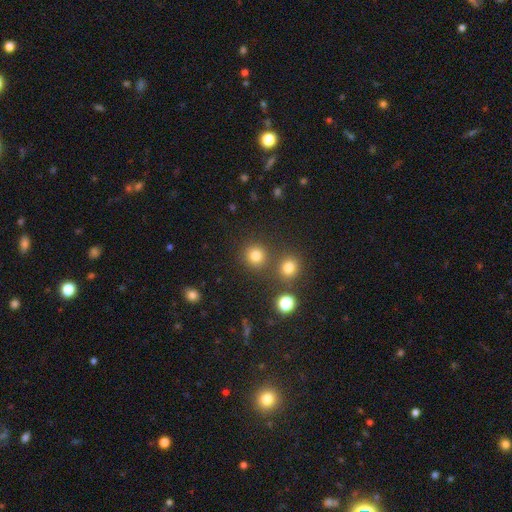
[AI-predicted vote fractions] A smooth galaxy with no disk features (78%) that is round (91%).

Vote fractions:
- Smooth or featured? smooth: 78% / star or artifact: 17% / featured or disk: 5%
- How rounded? round: 91% / in between: 8% / cigar-shaped: 1%
- Merging? none: 79% / merger: 10% / minor disturbance: 7% / major disturbance: 3%